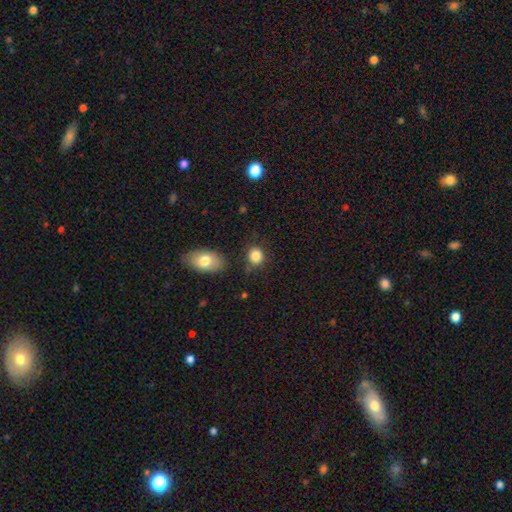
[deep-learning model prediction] A smooth galaxy with no disk features (85%) that is round (71%). Merging: none (80%).